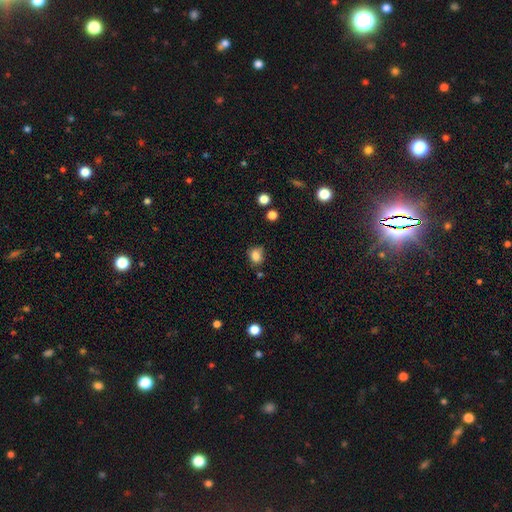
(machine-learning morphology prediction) Smooth or featured? smooth (82%)
How rounded? round (63%)
Merging? none (64%)